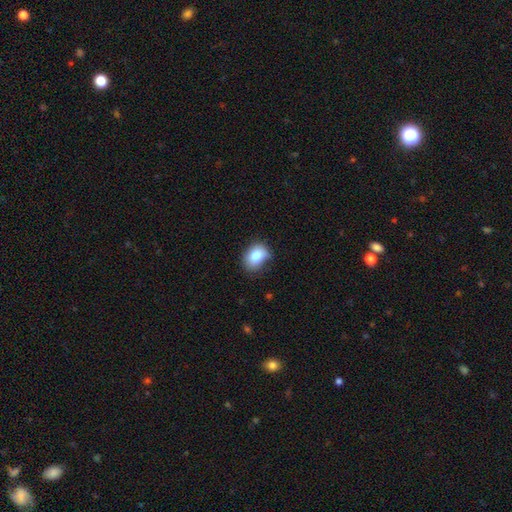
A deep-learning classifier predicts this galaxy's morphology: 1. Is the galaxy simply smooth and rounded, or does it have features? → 82% smooth, 9% star or artifact, 9% featured or disk.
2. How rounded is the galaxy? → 57% in between, 43% round, 1% cigar-shaped.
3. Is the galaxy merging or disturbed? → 64% none, 28% minor disturbance, 6% major disturbance, 2% merger.